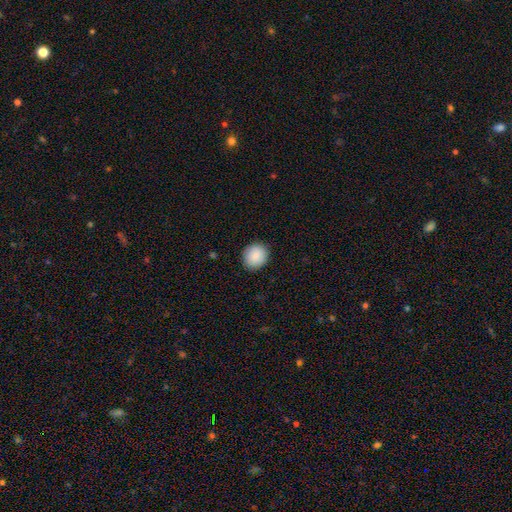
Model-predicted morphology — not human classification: Q: Smooth or featured?
A: smooth (89%); runner-up: star or artifact (7%)
Q: How rounded?
A: round (78%); runner-up: in between (21%)
Q: Merging?
A: none (90%); runner-up: minor disturbance (7%)